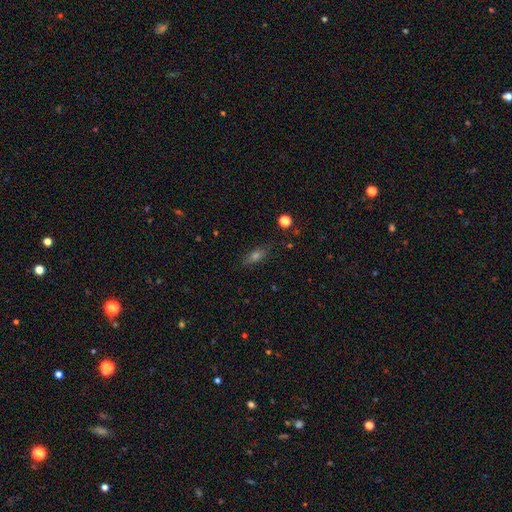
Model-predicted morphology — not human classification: Smooth or featured? Predicted: smooth (p=0.55). How rounded? Predicted: in between (p=0.59). Merging? Predicted: none (p=0.82).